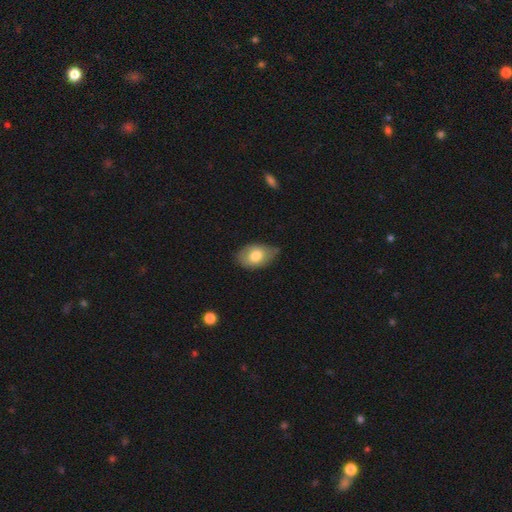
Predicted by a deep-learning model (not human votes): Smooth or featured? smooth (75%)
How rounded? in between (88%)
Merging? none (56%)